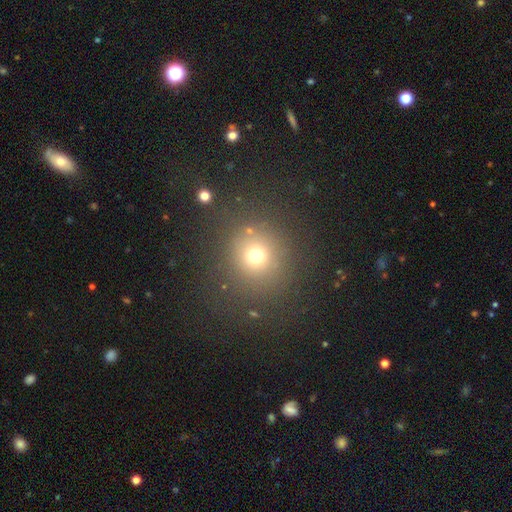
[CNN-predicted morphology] type=smooth (71%); roundness=round (88%); merging=none (82%).